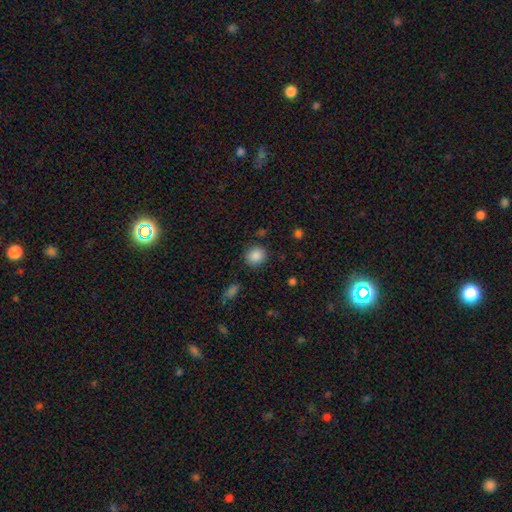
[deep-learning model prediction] This appears to be a smooth galaxy with no disk features (87%) that is round (81%). Merging: none (86%).